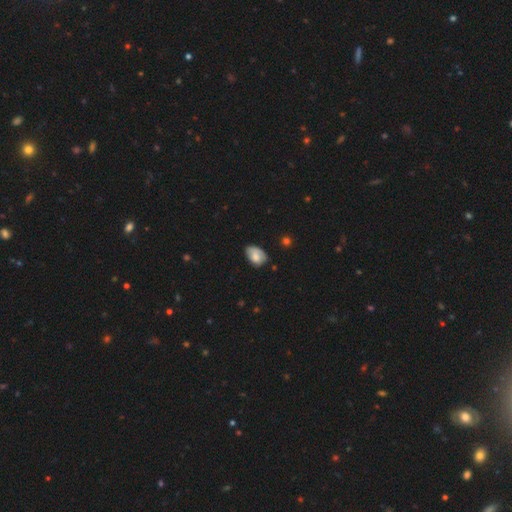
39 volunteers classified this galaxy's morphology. Q: Smooth or featured?
A: smooth (82%); runner-up: featured or disk (13%)
Q: How rounded?
A: in between (97%); runner-up: round (3%)
Q: Merging?
A: minor disturbance (43%); runner-up: none (35%)